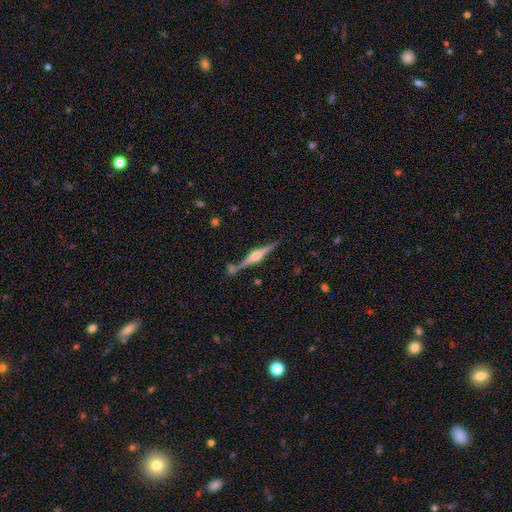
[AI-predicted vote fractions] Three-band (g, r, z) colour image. It shows a featured or disk galaxy (84%) viewed edge-on (98%) with a rounded central bulge (88%). Merging: none (81%).